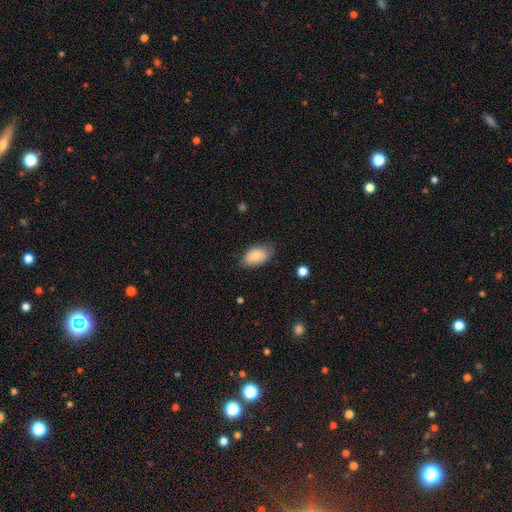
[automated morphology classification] smooth_or_featured: smooth (p=0.80) [alt: featured or disk p=0.13]
how_rounded: in between (p=0.92) [alt: round p=0.07]
merging: none (p=0.67) [alt: minor disturbance p=0.26]